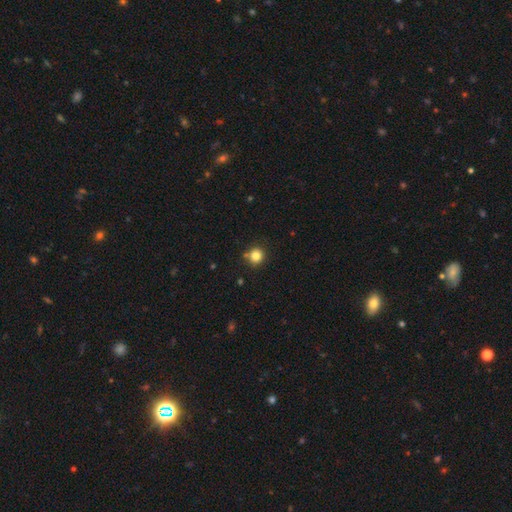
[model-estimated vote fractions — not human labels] smooth-or-featured: smooth: 83% | star or artifact: 12% | featured or disk: 5%
  how-rounded: round: 92% | in between: 7% | cigar-shaped: 1%
  merging: none: 83% | minor disturbance: 9% | merger: 6% | major disturbance: 3%